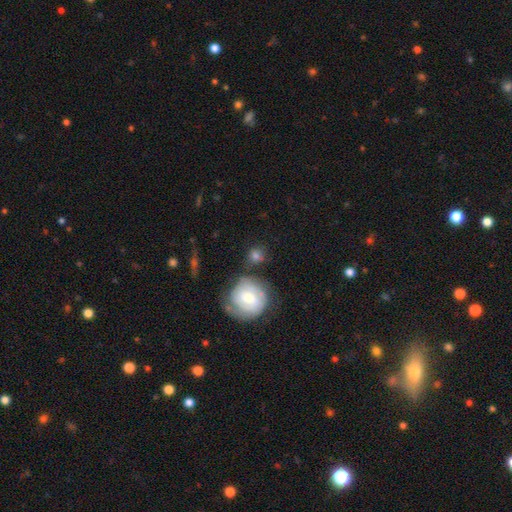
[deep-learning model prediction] Smooth or featured? smooth (67%)
How rounded? round (80%)
Merging? none (62%)